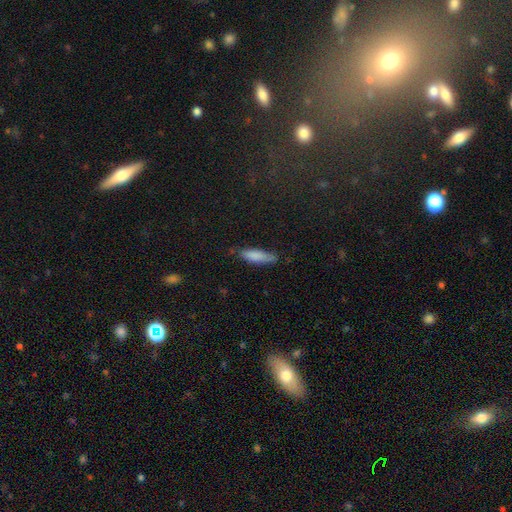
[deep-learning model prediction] Morphology: type=smooth (83%); roundness=cigar-shaped (56%); merging=none (72%).